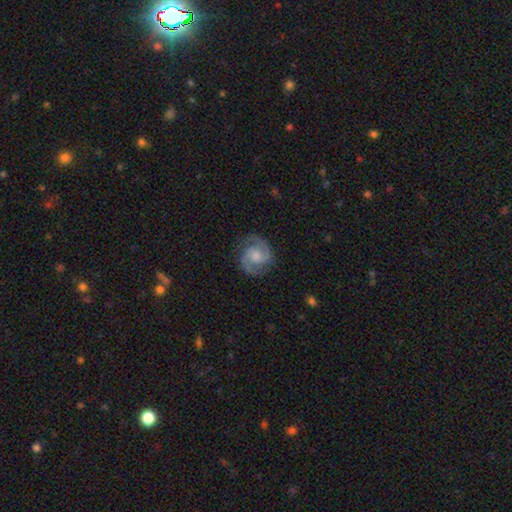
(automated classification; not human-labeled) smooth-or-featured: featured or disk: 89% | smooth: 6% | star or artifact: 5%
  disk-edge-on: no: 98% | yes: 2%
    bar: no: 57% | weak: 36% | strong: 7%
    has-spiral-arms: yes: 98% | no: 2%
      spiral-winding: medium: 55% | tight: 35% | loose: 9%
      spiral-arm-count: 2: 94% | can't tell: 2% | 3: 1% | 1: 1% | 4: 1% | more than 4: 1%
    bulge-size: moderate: 44% | small: 27% | none: 18% | large: 9% | dominant: 2%
  merging: none: 83% | minor disturbance: 12% | major disturbance: 4% | merger: 1%